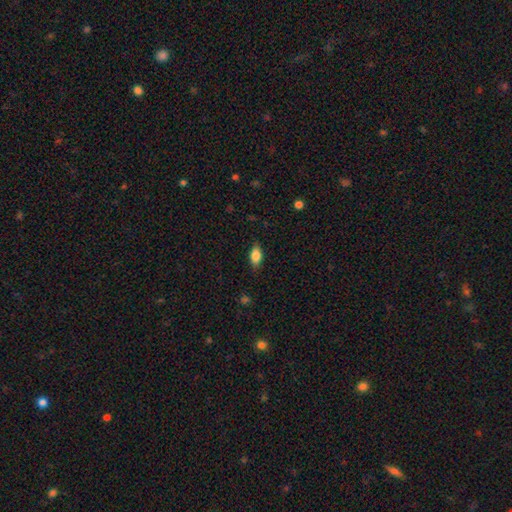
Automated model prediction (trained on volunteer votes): Q: Smooth or featured?
A: smooth (83%); runner-up: featured or disk (9%)
Q: How rounded?
A: in between (87%); runner-up: cigar-shaped (7%)
Q: Merging?
A: none (84%); runner-up: minor disturbance (13%)